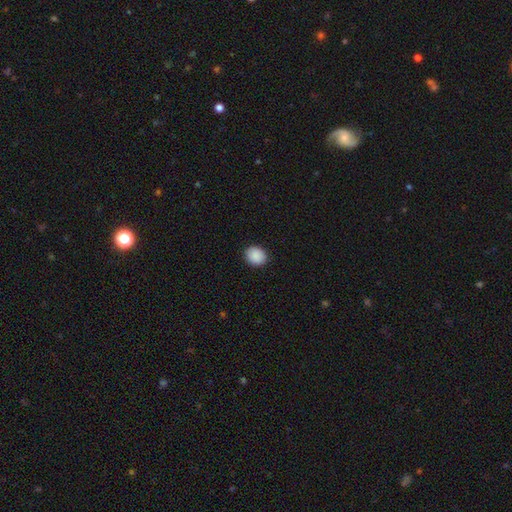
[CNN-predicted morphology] Smooth or featured? Predicted: smooth (p=0.90). How rounded? Predicted: round (p=0.67). Merging? Predicted: none (p=0.90).